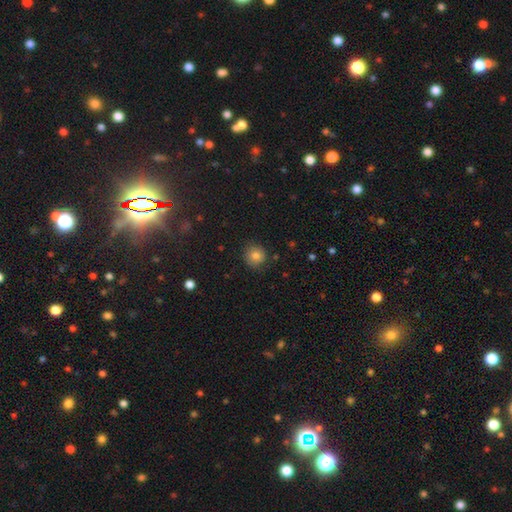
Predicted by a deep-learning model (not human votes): Smooth or featured: smooth — 79% (star or artifact — 11%)
How rounded: round — 91% (in between — 8%)
Merging: none — 83% (minor disturbance — 13%)